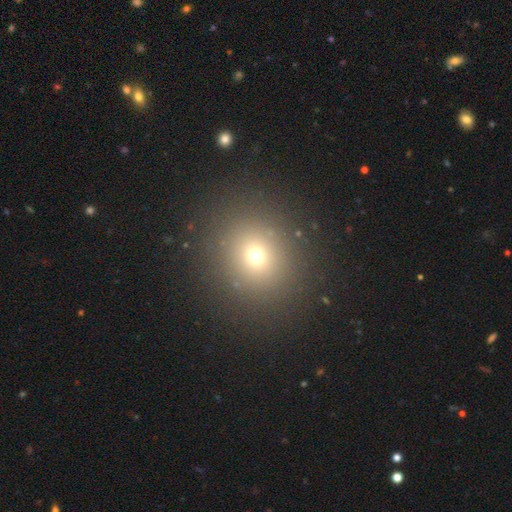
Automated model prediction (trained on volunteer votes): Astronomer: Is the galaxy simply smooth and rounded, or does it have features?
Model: smooth — 67%.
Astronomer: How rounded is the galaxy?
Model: round — 82%.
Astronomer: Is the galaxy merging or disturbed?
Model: none — 88%.